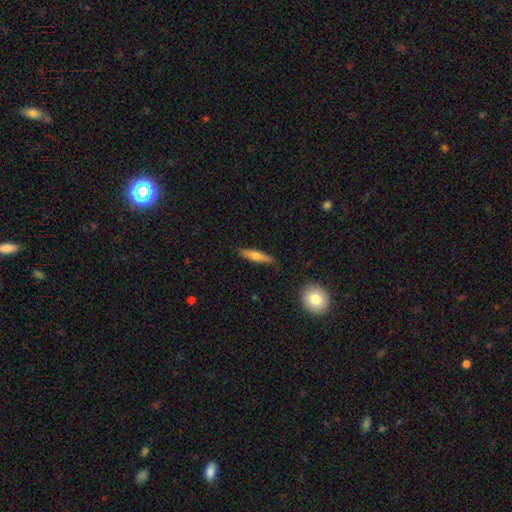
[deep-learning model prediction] A smooth galaxy with no disk features (62%) that is cigar-shaped (84%).

Vote fractions:
- Smooth or featured? smooth: 62% / featured or disk: 31% / star or artifact: 6%
- How rounded? cigar-shaped: 84% / in between: 14% / round: 2%
- Merging? none: 87% / minor disturbance: 10% / major disturbance: 2% / merger: 2%